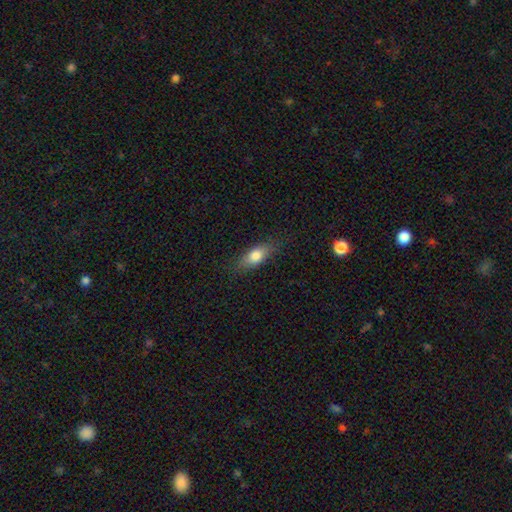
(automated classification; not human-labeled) A smooth galaxy with no disk features (76%) that is in between round and cigar-shaped (75%). Merging: none (77%).